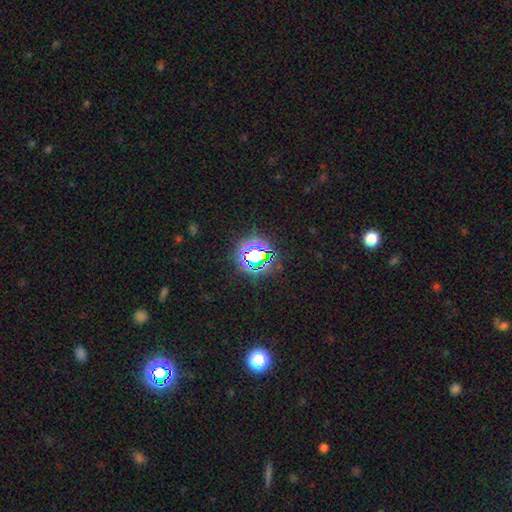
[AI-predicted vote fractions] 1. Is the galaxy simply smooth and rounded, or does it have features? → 73% star or artifact, 17% smooth, 9% featured or disk.